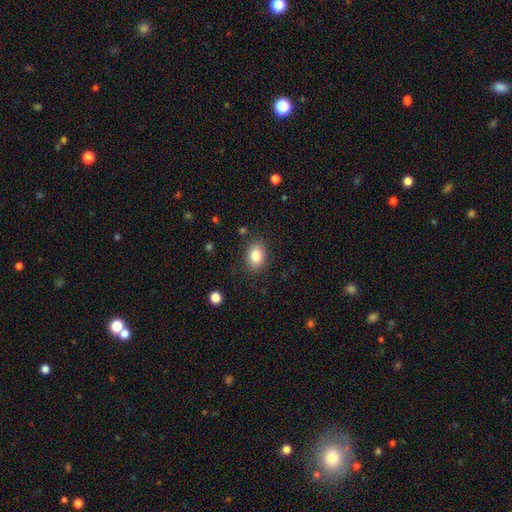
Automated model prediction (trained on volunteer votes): Q: Smooth or featured?
A: smooth (84%); runner-up: star or artifact (9%)
Q: How rounded?
A: in between (70%); runner-up: round (29%)
Q: Merging?
A: none (85%); runner-up: minor disturbance (10%)